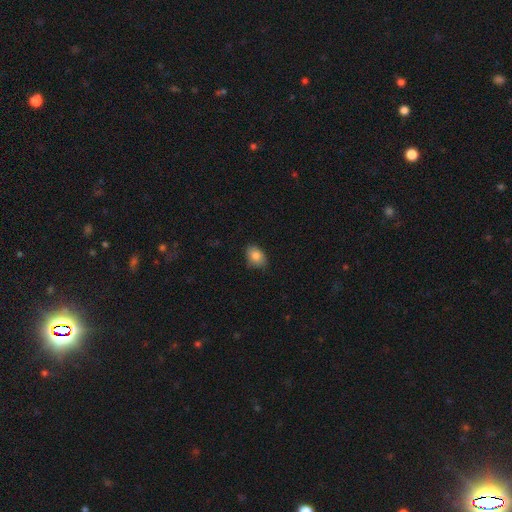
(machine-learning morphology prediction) smooth-or-featured: smooth: 83% | star or artifact: 9% | featured or disk: 8%
  how-rounded: in between: 77% | round: 22% | cigar-shaped: 1%
  merging: none: 77% | minor disturbance: 19% | major disturbance: 3% | merger: 1%